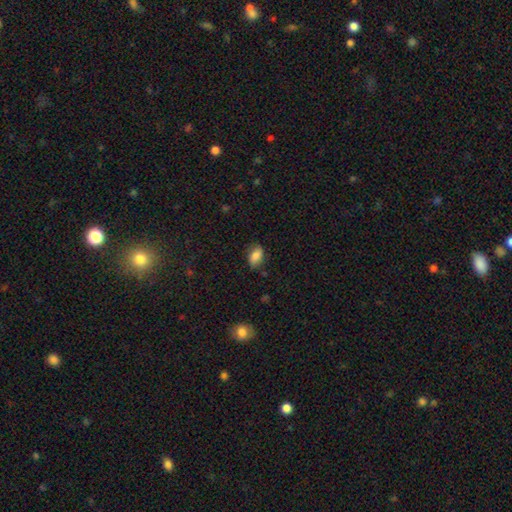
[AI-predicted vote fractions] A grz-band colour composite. It shows a smooth galaxy with no disk features (82%) that is in between round and cigar-shaped (88%). Merging: none (77%).